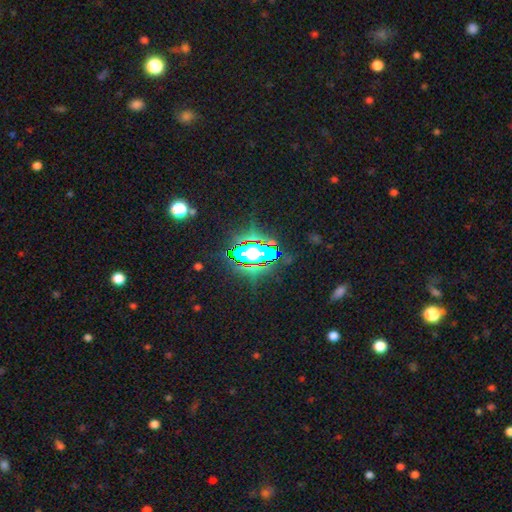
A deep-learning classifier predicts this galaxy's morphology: Smooth or featured? star or artifact (62%)